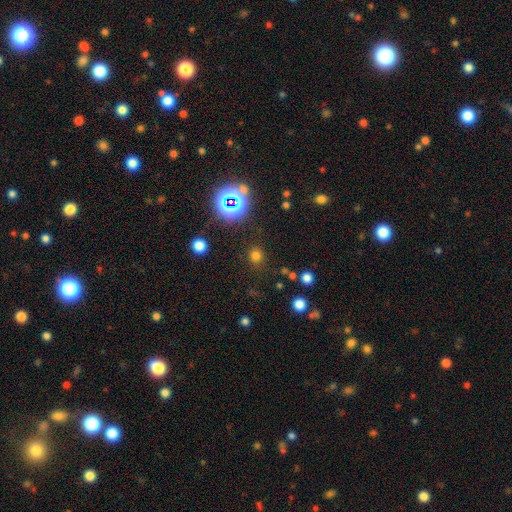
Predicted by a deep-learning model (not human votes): Smooth or featured: smooth — 68% (star or artifact — 27%)
How rounded: round — 90% (in between — 9%)
Merging: none — 87% (minor disturbance — 7%)